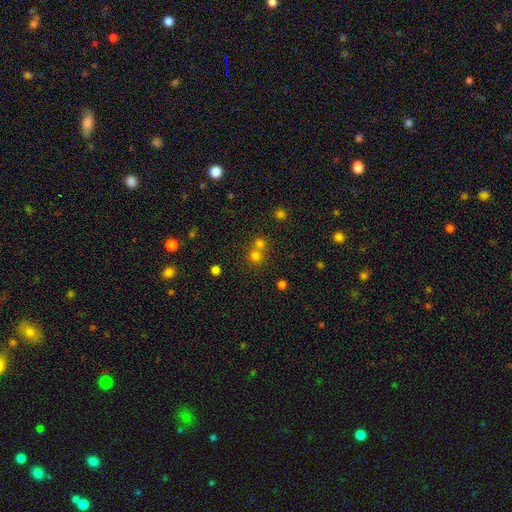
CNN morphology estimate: type=smooth (71%); roundness=round (90%); merging=none (53%).